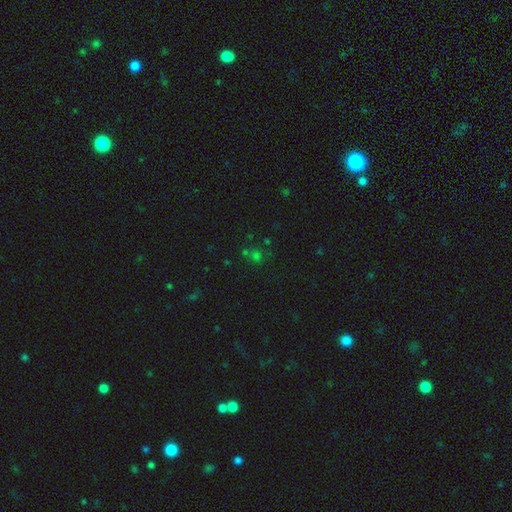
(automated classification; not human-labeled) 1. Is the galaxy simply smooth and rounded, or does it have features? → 48% star or artifact, 43% smooth, 10% featured or disk.